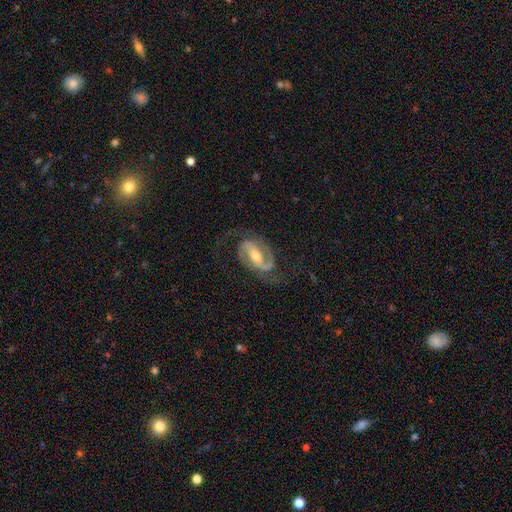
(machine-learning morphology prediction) This is clearly a featured or disk galaxy (91%). It is clearly not viewed edge-on (97%). Bar: possibly strong (46%). Spiral arm pattern: clearly yes (98%). Spiral arm count: clearly 2 (93%). Spiral winding: possibly medium (54%). Central bulge: likely moderate (63%). Merging: likely none (74%).